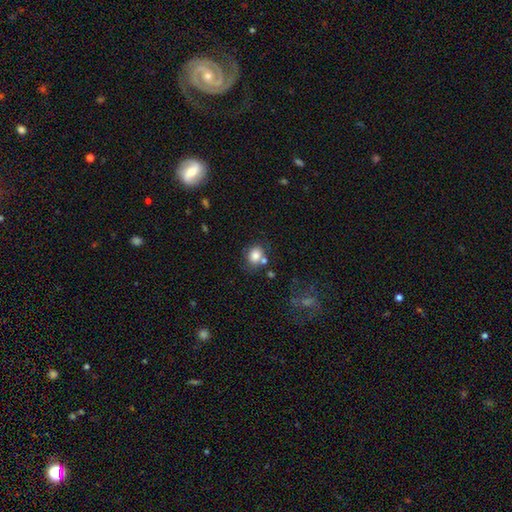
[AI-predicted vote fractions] Overall: smooth (81%). How rounded: round (57%; in between 43%). Merging: none (62%).